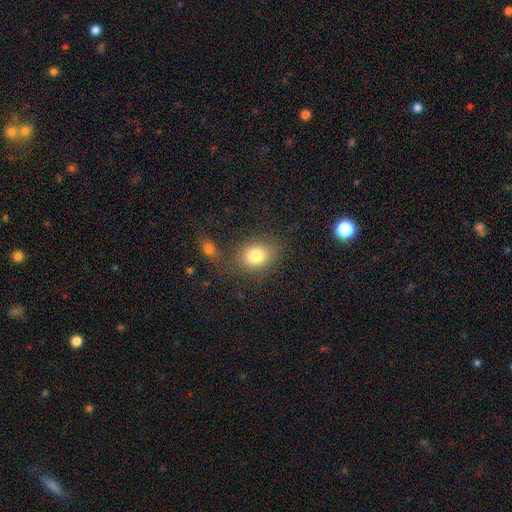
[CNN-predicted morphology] smooth 81%, star or artifact 10%, featured or disk 9%. Down the decision tree: how rounded — in between (63%); merging — none (70%).